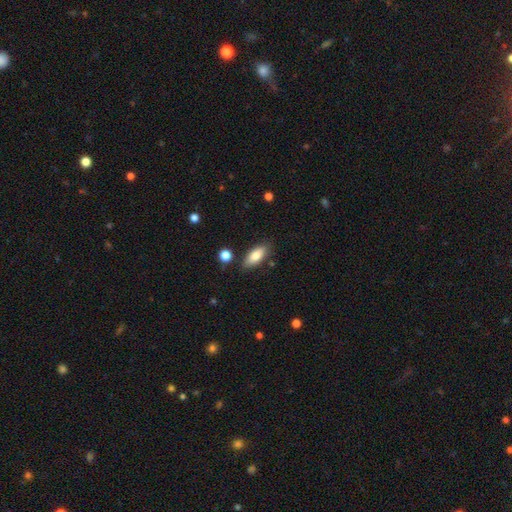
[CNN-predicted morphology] This is likely a smooth galaxy (79%). How rounded: clearly in between (82%). Merging: clearly none (83%).